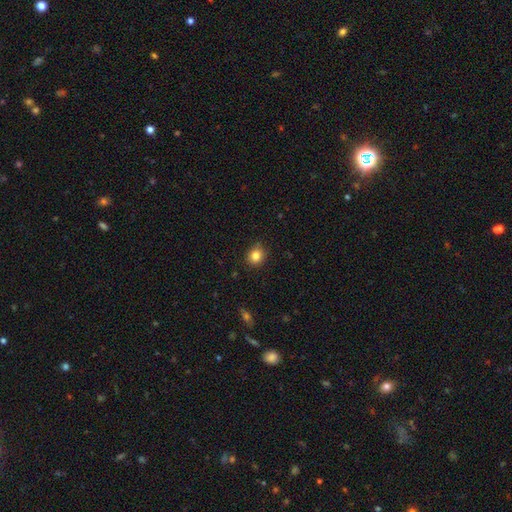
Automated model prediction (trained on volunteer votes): The model was most divided on "how rounded": round: 76%, in between: 23%, cigar-shaped: 1%. More confident: merging — none (86%); smooth or featured — smooth (84%).